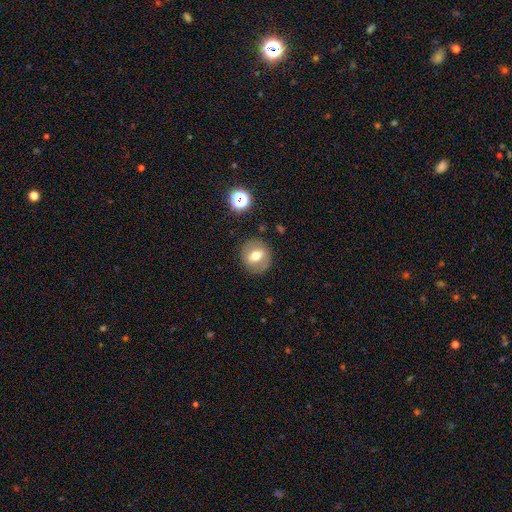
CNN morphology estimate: This appears to be a smooth galaxy with no disk features (62%) that is round (76%). Merging: none (85%).